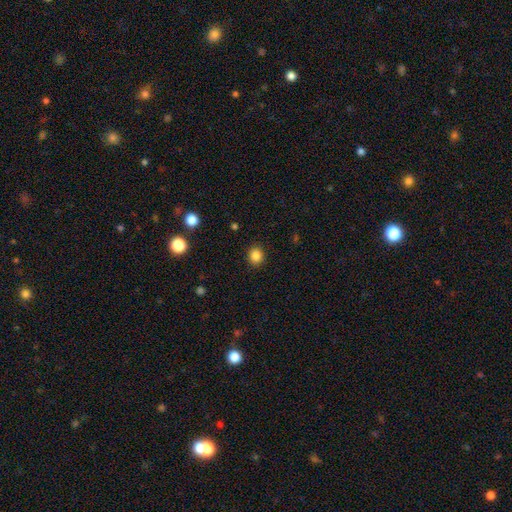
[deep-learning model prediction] The model was most divided on "how rounded": round: 83%, in between: 16%, cigar-shaped: 1%. More confident: merging — none (90%); smooth or featured — smooth (85%).